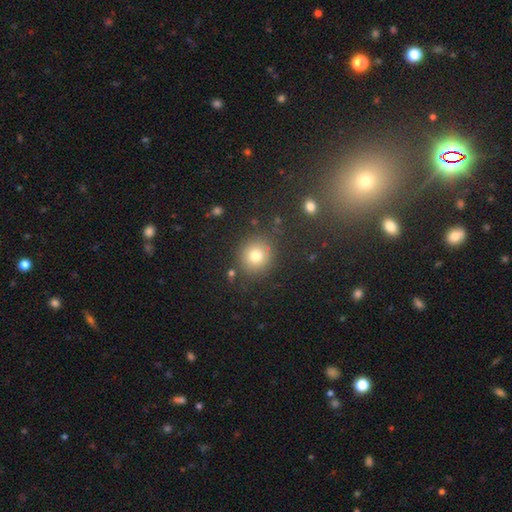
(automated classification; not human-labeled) Smooth or featured? Predicted: smooth (p=0.77). How rounded? Predicted: round (p=0.89). Merging? Predicted: none (p=0.84).